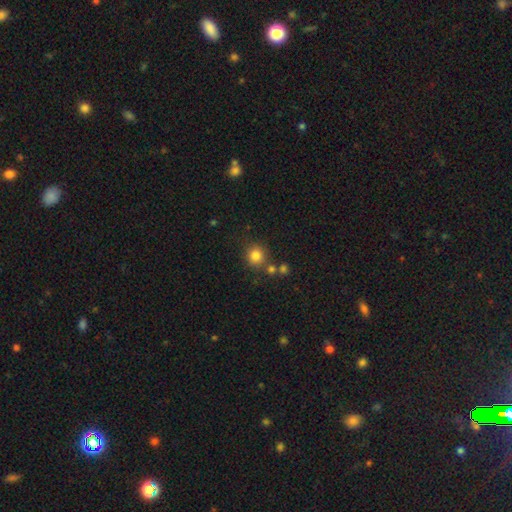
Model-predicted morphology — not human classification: smooth_or_featured: smooth (p=0.82) [alt: star or artifact p=0.12]
how_rounded: round (p=0.91) [alt: in between p=0.09]
merging: none (p=0.76) [alt: merger p=0.11]